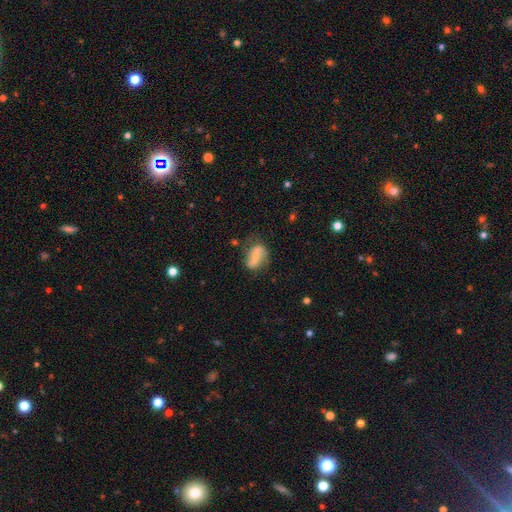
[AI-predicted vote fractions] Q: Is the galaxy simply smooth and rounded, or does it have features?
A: featured or disk — 49%.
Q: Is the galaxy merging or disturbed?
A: none — 59%.